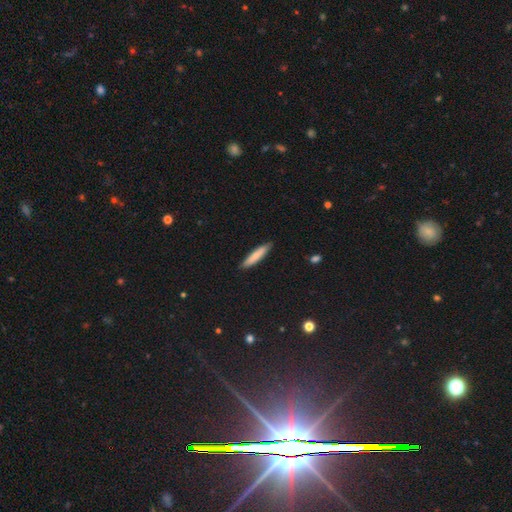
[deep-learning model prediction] This is likely a smooth galaxy (78%). How rounded: clearly cigar-shaped (86%). Merging: clearly none (87%).